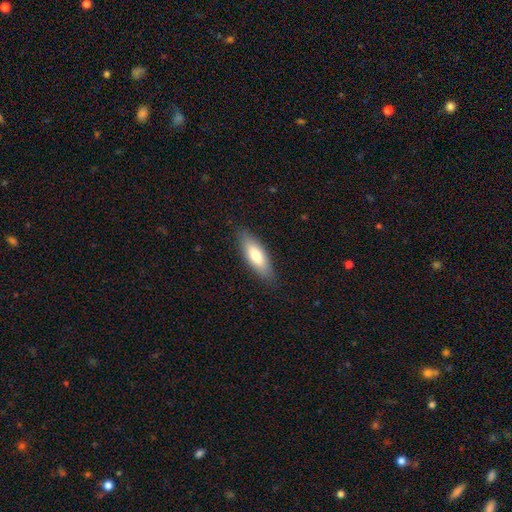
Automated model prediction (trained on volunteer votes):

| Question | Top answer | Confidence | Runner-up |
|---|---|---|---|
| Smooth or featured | smooth | 75% | featured or disk (19%) |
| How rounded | in between | 61% | cigar-shaped (38%) |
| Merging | none | 85% | minor disturbance (11%) |